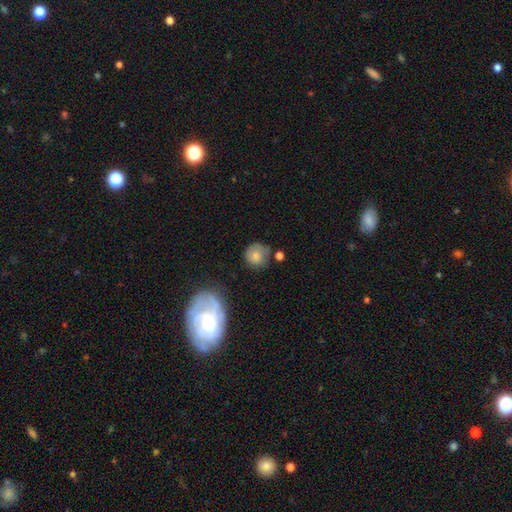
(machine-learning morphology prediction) Q: Smooth or featured?
A: smooth (74%); runner-up: featured or disk (16%)
Q: How rounded?
A: round (88%); runner-up: in between (11%)
Q: Merging?
A: none (61%); runner-up: minor disturbance (24%)